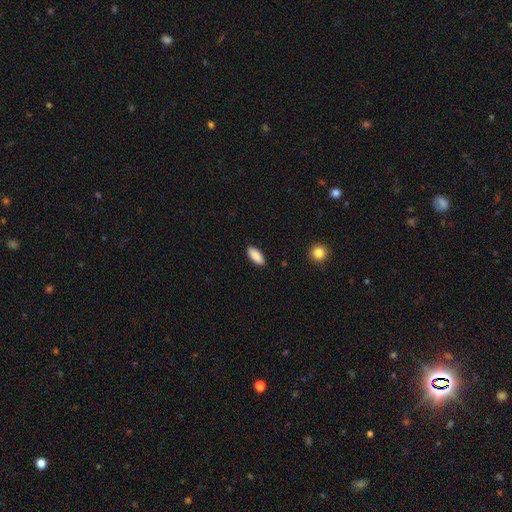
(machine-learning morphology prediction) smooth-or-featured: smooth: 88% | star or artifact: 6% | featured or disk: 6%
  how-rounded: in between: 85% | cigar-shaped: 13% | round: 2%
  merging: none: 89% | minor disturbance: 8% | major disturbance: 2% | merger: 1%